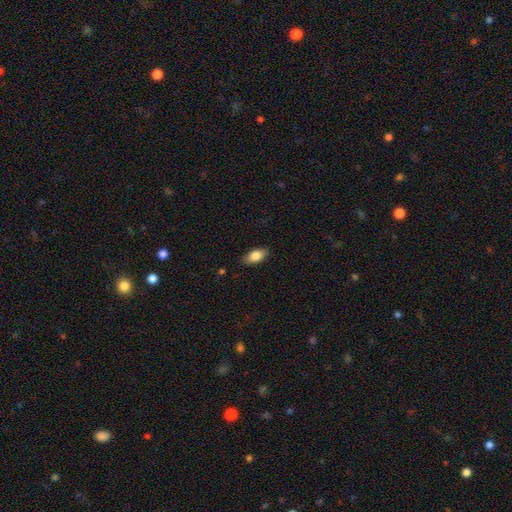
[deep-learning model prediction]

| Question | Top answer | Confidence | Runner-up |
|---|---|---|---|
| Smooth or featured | smooth | 80% | featured or disk (13%) |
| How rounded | in between | 88% | cigar-shaped (7%) |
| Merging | none | 86% | minor disturbance (11%) |